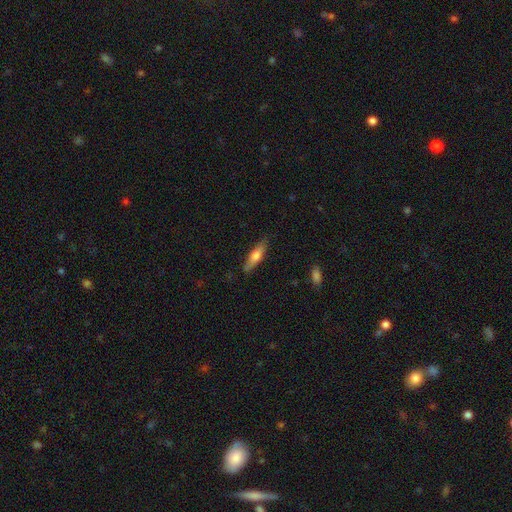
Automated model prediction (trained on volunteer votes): The model was most divided on "smooth or featured": smooth: 61%, featured or disk: 33%, star or artifact: 6%. More confident: merging — none (85%); how rounded — cigar-shaped (71%).